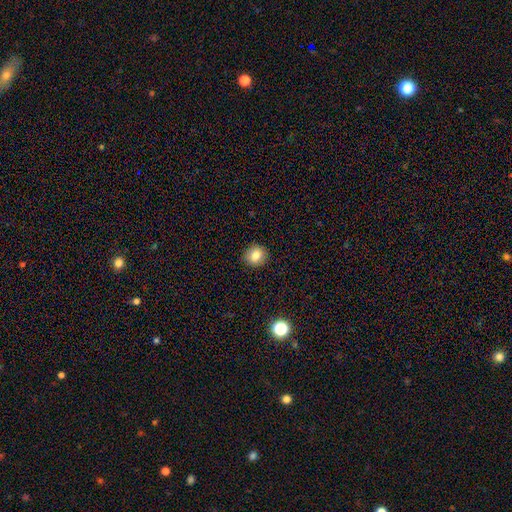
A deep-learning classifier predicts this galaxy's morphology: Smooth or featured: smooth — 81% (star or artifact — 10%)
How rounded: round — 88% (in between — 11%)
Merging: none — 91% (minor disturbance — 6%)